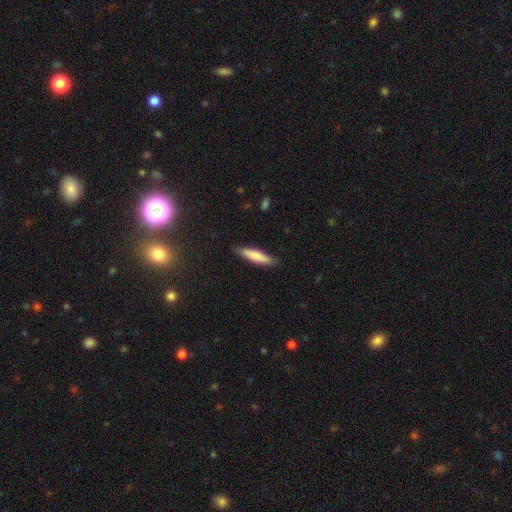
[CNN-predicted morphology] This appears to be a smooth galaxy with no disk features (78%) that is cigar-shaped (80%). Merging: none (85%).